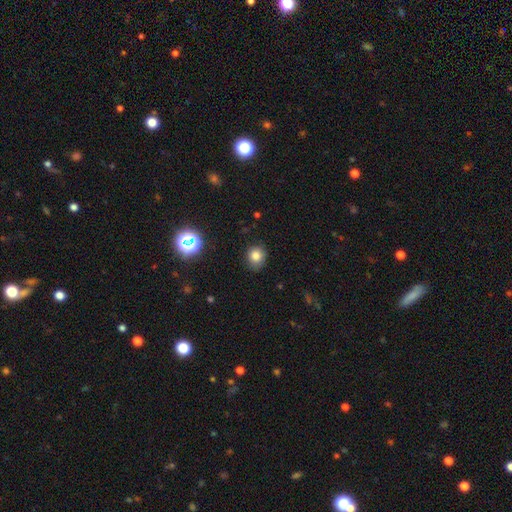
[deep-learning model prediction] A smooth galaxy with no disk features (80%) that is round (80%).

Vote fractions:
- Smooth or featured? smooth: 80% / star or artifact: 14% / featured or disk: 6%
- How rounded? round: 80% / in between: 19% / cigar-shaped: 1%
- Merging? none: 83% / minor disturbance: 13% / major disturbance: 3% / merger: 1%